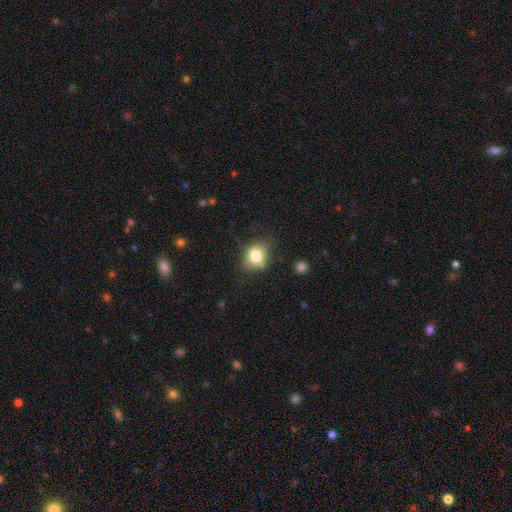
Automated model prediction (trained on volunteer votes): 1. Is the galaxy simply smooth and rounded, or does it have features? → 77% smooth, 12% featured or disk, 11% star or artifact.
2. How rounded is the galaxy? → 50% round, 49% in between, 1% cigar-shaped.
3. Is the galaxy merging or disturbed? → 68% none, 22% minor disturbance, 6% major disturbance, 4% merger.